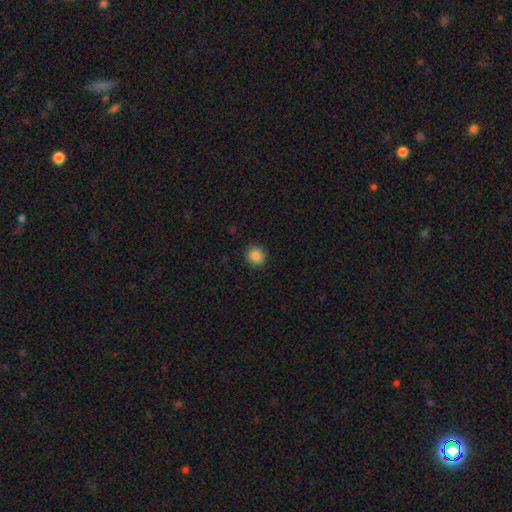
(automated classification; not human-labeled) smooth 87%, star or artifact 10%, featured or disk 3%. Down the decision tree: how rounded — round (90%); merging — none (90%).